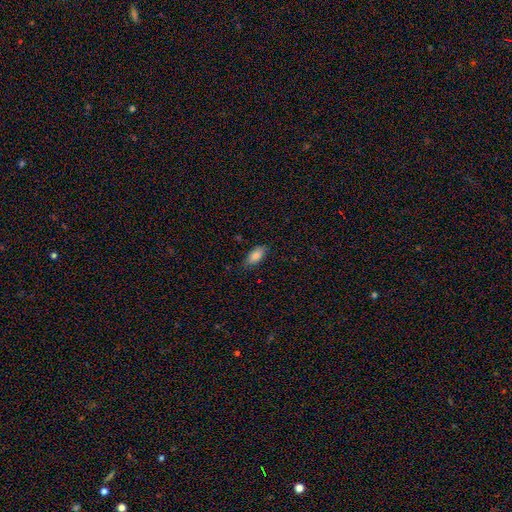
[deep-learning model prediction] A smooth galaxy with no disk features (83%) that is in between round and cigar-shaped (85%). Merging: none (81%).